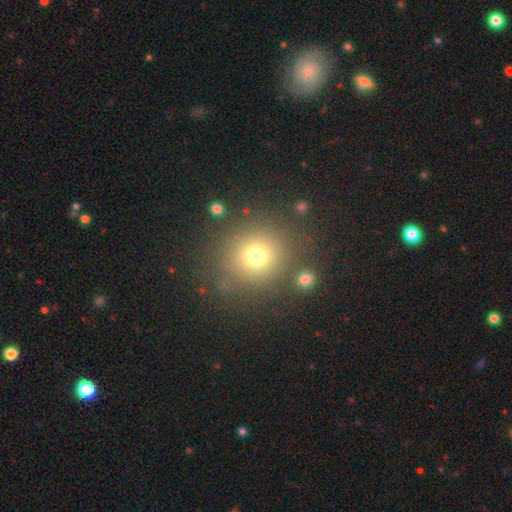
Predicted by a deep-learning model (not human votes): Smooth or featured? smooth (71%)
How rounded? round (89%)
Merging? none (82%)